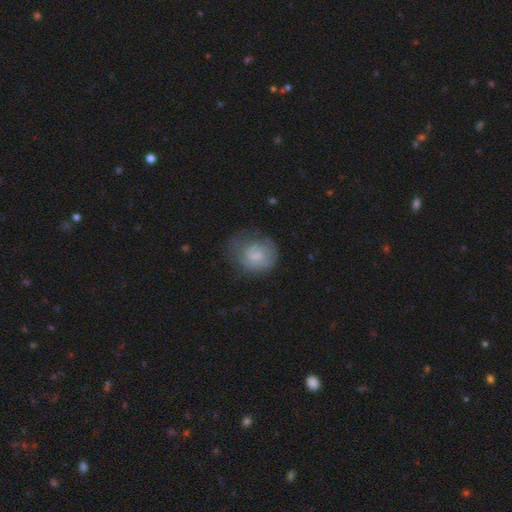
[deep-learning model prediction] Smooth or featured: smooth — 59% (featured or disk — 34%)
How rounded: round — 71% (in between — 28%)
Merging: none — 49% (minor disturbance — 28%)